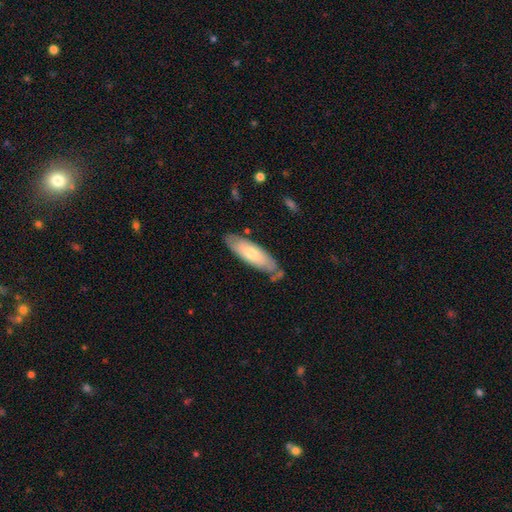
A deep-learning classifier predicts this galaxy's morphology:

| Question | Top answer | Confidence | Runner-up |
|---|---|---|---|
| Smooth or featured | smooth | 64% | featured or disk (31%) |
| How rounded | in between | 57% | cigar-shaped (41%) |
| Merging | none | 68% | minor disturbance (21%) |